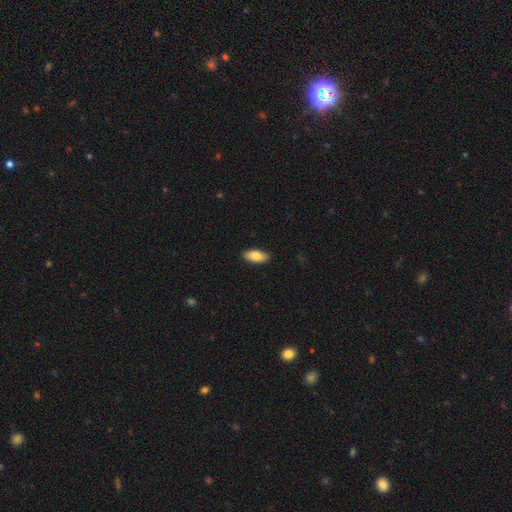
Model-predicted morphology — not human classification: This appears to be a smooth galaxy with no disk features (82%) that is in between round and cigar-shaped (89%). Merging: none (87%).